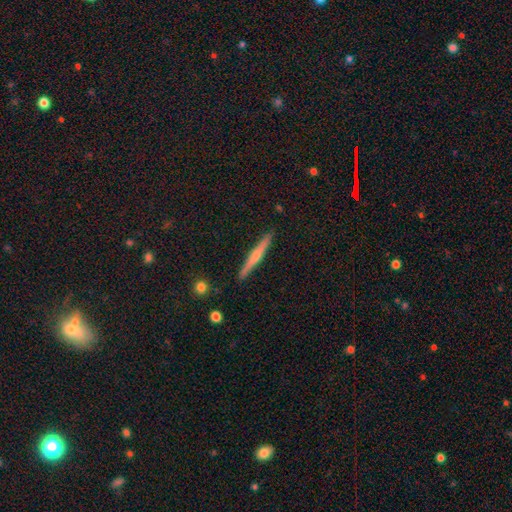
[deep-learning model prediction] This appears to be a featured or disk galaxy (60%) viewed edge-on (98%) with a rounded central bulge (68%). Merging: none (91%).